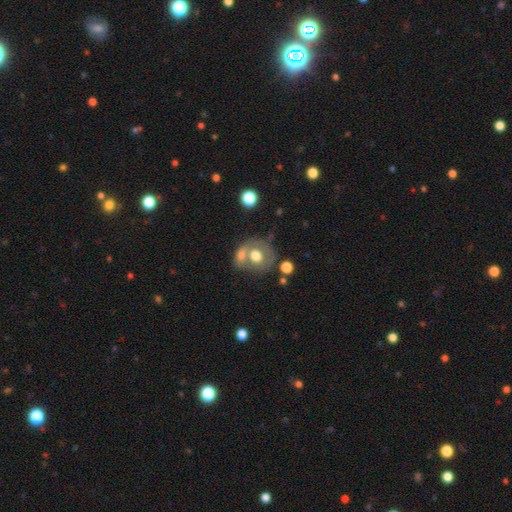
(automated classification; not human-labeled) Smooth or featured? Predicted: smooth (p=0.57). How rounded? Predicted: round (p=0.75). Merging? Predicted: none (p=0.45).